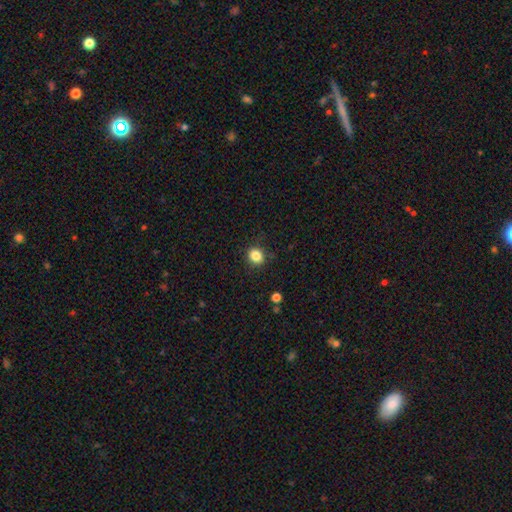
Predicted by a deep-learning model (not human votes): This appears to be a smooth galaxy with no disk features (85%) that is round (76%). Merging: none (87%).